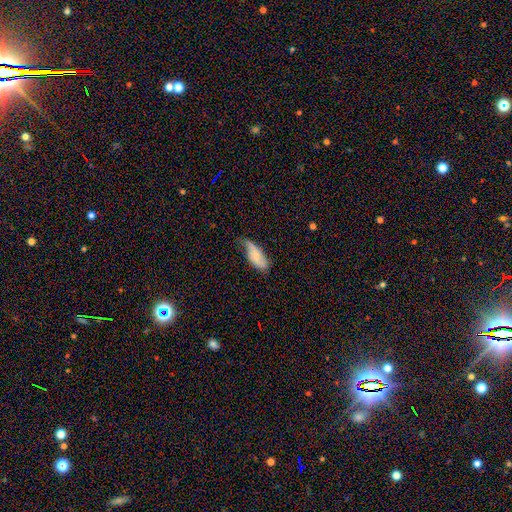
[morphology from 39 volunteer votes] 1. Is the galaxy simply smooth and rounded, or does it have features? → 51% smooth, 44% featured or disk, 5% star or artifact.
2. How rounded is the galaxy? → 85% in between, 15% cigar-shaped, 0% round.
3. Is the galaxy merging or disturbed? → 62% minor disturbance, 22% none, 11% major disturbance, 5% merger.